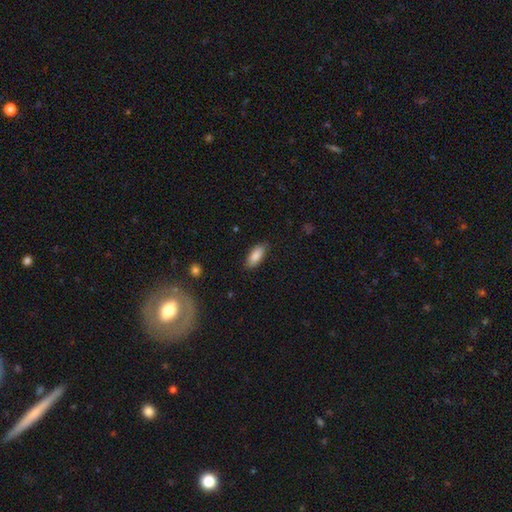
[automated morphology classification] Q: Smooth or featured?
A: smooth (87%); runner-up: star or artifact (7%)
Q: How rounded?
A: in between (85%); runner-up: cigar-shaped (13%)
Q: Merging?
A: none (84%); runner-up: minor disturbance (13%)